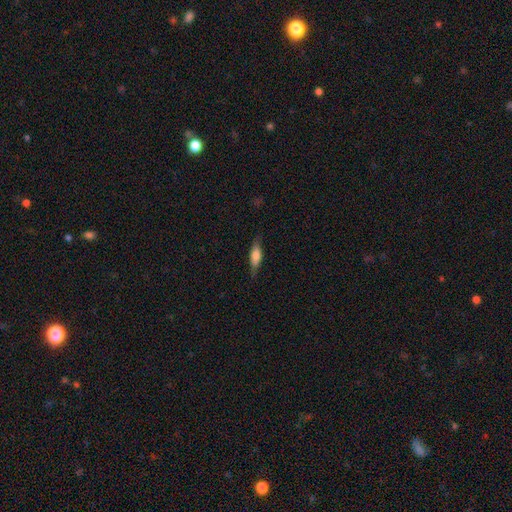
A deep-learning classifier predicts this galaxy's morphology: type=smooth (60%); roundness=cigar-shaped (52%); merging=none (80%).